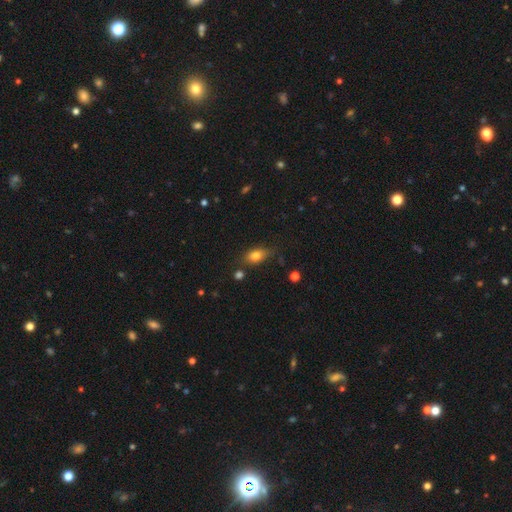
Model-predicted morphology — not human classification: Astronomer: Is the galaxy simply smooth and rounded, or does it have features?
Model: smooth — 76%.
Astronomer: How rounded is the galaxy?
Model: in between — 81%.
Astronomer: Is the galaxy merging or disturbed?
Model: none — 70%.